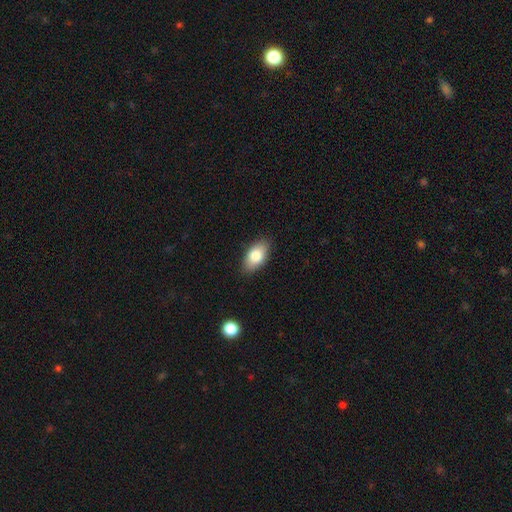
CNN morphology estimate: smooth_or_featured: smooth (p=0.80) [alt: featured or disk p=0.13]
how_rounded: in between (p=0.92) [alt: round p=0.04]
merging: none (p=0.86) [alt: minor disturbance p=0.11]